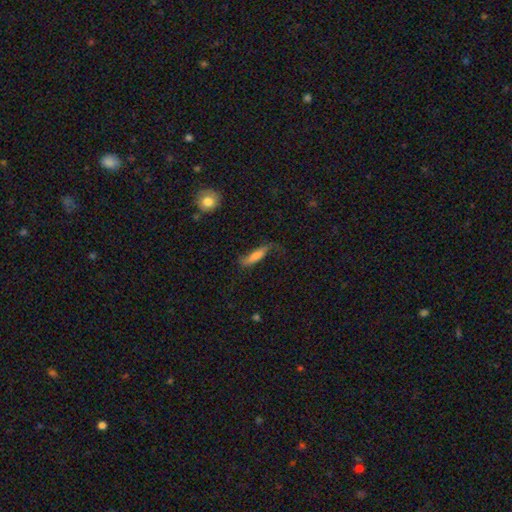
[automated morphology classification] smooth_or_featured: smooth (p=0.60) [alt: featured or disk p=0.32]
how_rounded: cigar-shaped (p=0.68) [alt: in between p=0.29]
merging: none (p=0.48) [alt: minor disturbance p=0.28]